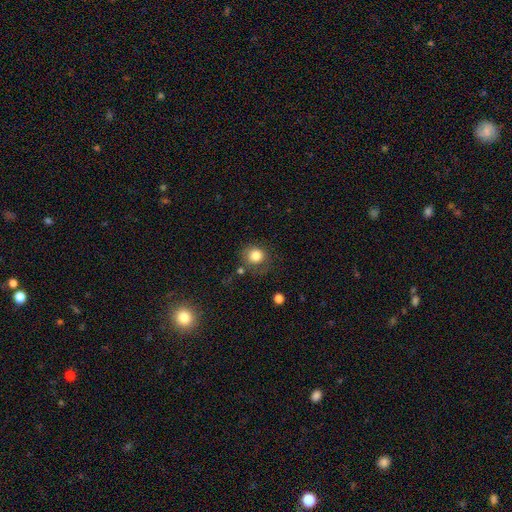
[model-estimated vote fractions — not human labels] Smooth or featured?
  - smooth: 81% *
  - star or artifact: 10%
  - featured or disk: 8%
How rounded?
  - round: 85% *
  - in between: 14%
  - cigar-shaped: 1%
Merging?
  - none: 68% *
  - minor disturbance: 18%
  - major disturbance: 9%
  - merger: 6%